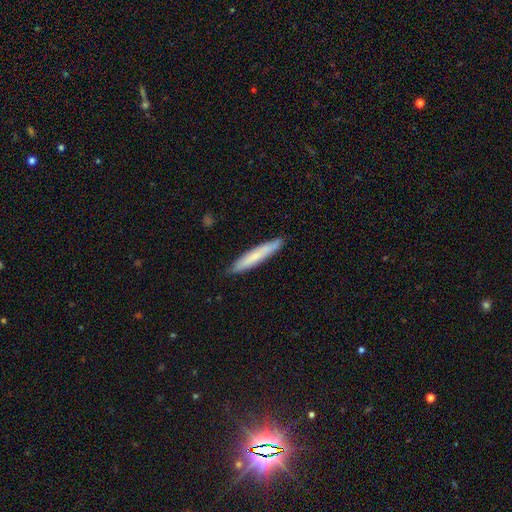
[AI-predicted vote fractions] smooth-or-featured: smooth: 67% | featured or disk: 27% | star or artifact: 6%
  how-rounded: cigar-shaped: 93% | in between: 6% | round: 1%
  merging: none: 87% | minor disturbance: 11% | major disturbance: 2% | merger: 1%